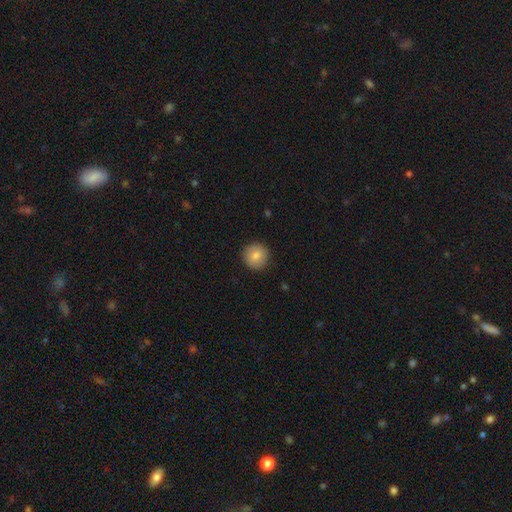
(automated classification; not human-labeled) A smooth galaxy with no disk features (85%) that is round (94%).

Vote fractions:
- Smooth or featured? smooth: 85% / star or artifact: 8% / featured or disk: 7%
- How rounded? round: 94% / in between: 5% / cigar-shaped: 1%
- Merging? none: 91% / minor disturbance: 7% / major disturbance: 2% / merger: 1%